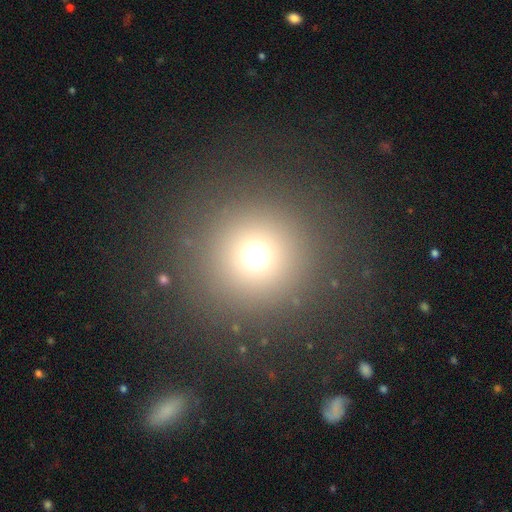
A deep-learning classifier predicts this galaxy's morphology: type=smooth (68%); roundness=round (96%); merging=none (87%).